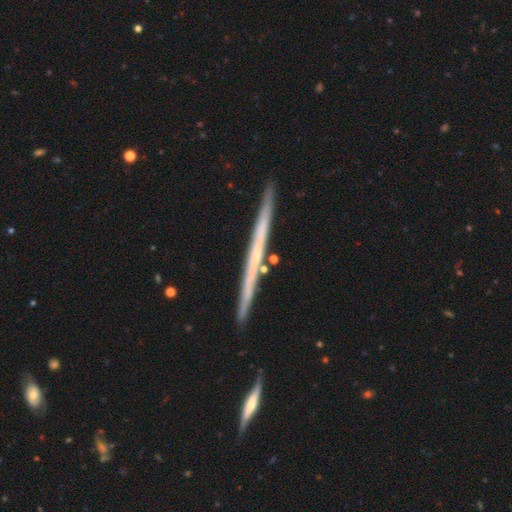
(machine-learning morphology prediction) This appears to be a featured or disk galaxy (66%) viewed edge-on (97%) with no central bulge (81%). Merging: none (86%).